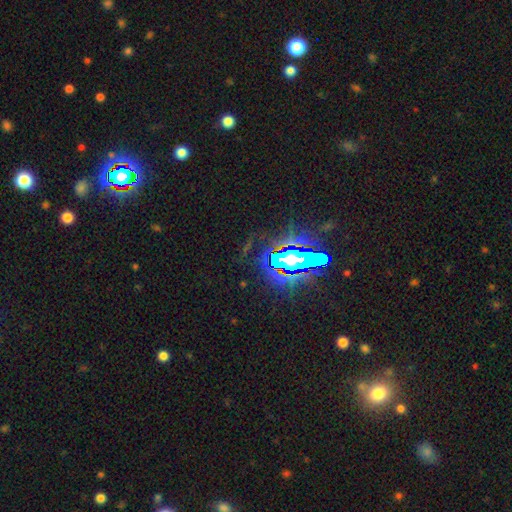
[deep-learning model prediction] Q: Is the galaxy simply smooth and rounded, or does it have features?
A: star or artifact — 82%.